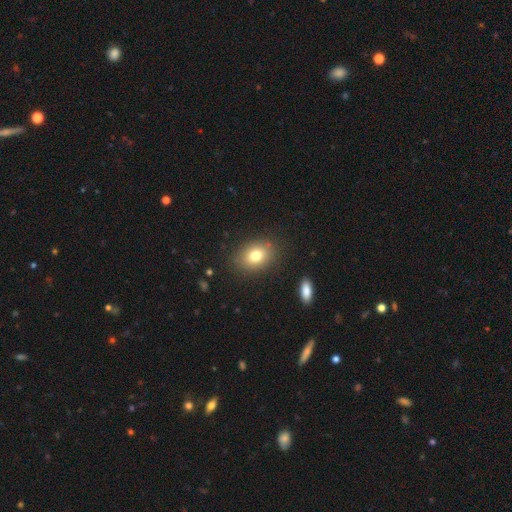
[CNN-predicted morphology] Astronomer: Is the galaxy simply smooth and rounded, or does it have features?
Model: smooth — 78%.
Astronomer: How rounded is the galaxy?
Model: in between — 71%.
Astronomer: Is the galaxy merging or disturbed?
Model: none — 85%.